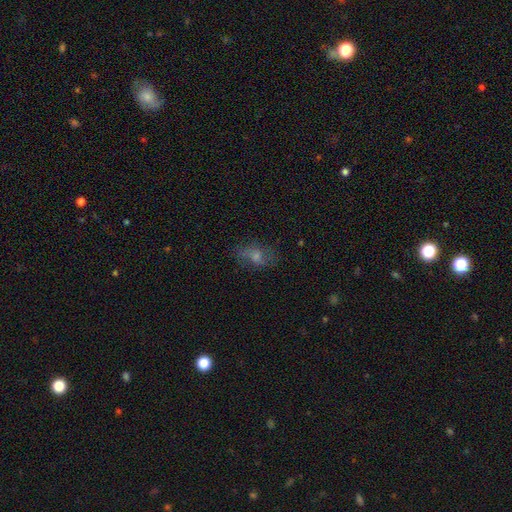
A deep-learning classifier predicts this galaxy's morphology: A smooth galaxy with no disk features (46%). Merging: none (68%).